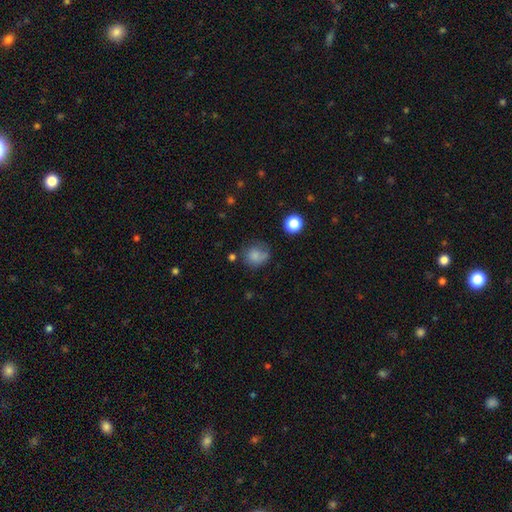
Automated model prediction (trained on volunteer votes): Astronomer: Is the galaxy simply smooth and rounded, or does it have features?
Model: smooth — 79%.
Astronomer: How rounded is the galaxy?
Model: round — 74%.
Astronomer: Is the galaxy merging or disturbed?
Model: none — 55%.